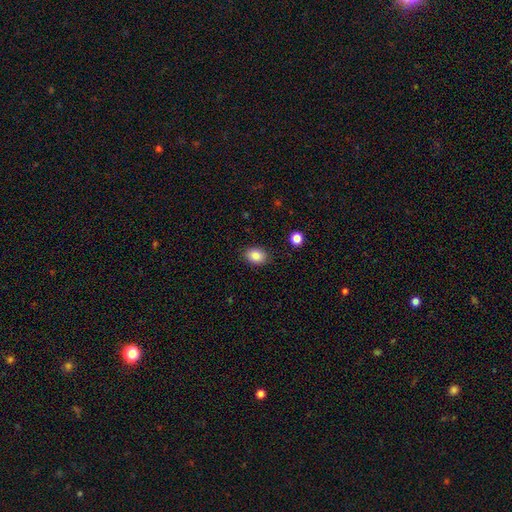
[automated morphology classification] This appears to be a smooth galaxy with no disk features (85%) that is in between round and cigar-shaped (74%). Merging: none (88%).